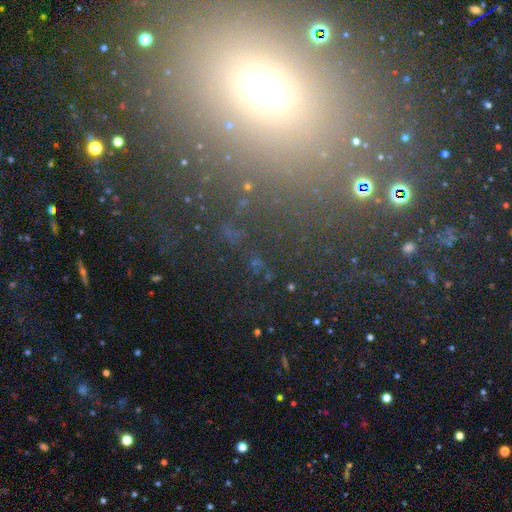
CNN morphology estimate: smooth_or_featured: star or artifact (p=0.52) [alt: smooth p=0.35]